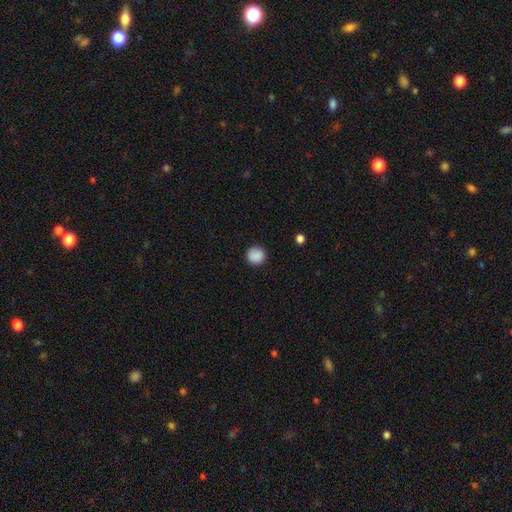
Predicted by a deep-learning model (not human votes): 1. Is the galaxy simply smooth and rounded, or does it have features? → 88% smooth, 9% star or artifact, 3% featured or disk.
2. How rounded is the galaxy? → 93% round, 6% in between, 1% cigar-shaped.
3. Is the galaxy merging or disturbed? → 90% none, 7% minor disturbance, 2% major disturbance, 1% merger.